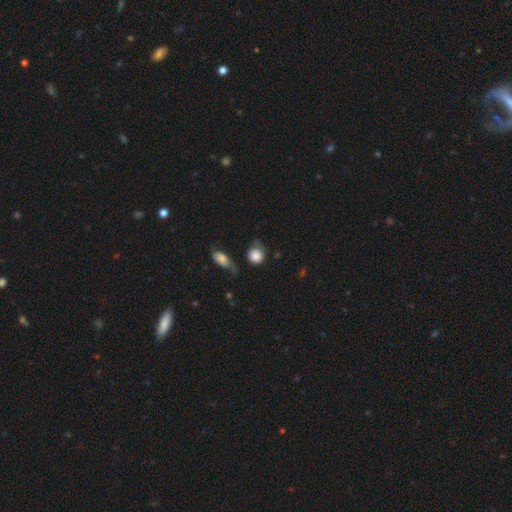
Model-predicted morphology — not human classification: type=smooth (84%); roundness=round (85%); merging=none (46%).